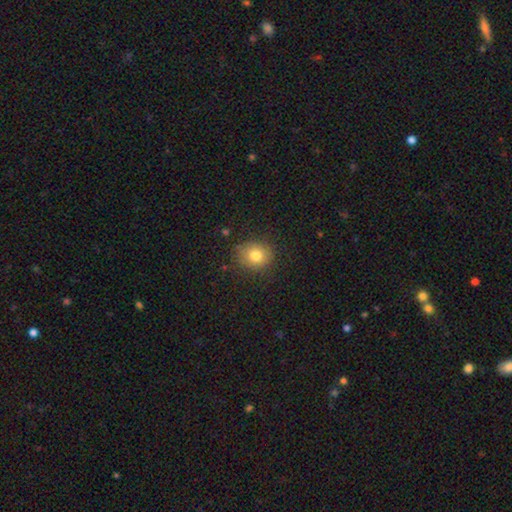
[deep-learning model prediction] Smooth or featured: smooth — 79% (star or artifact — 12%)
How rounded: round — 76% (in between — 23%)
Merging: none — 84% (minor disturbance — 12%)